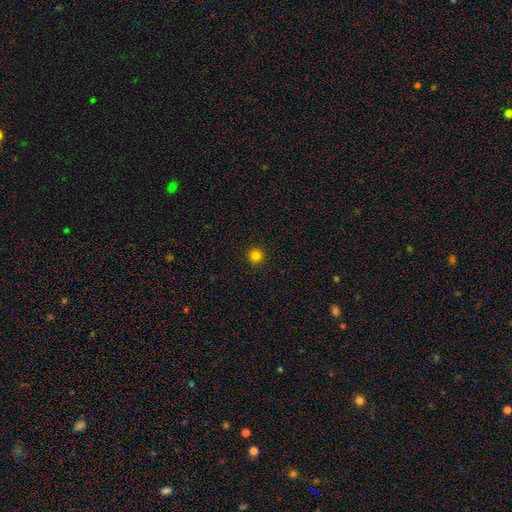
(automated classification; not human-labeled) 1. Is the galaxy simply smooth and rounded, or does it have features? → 82% smooth, 14% star or artifact, 4% featured or disk.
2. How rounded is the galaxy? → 96% round, 3% in between, 1% cigar-shaped.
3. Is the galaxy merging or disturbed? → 93% none, 4% minor disturbance, 2% major disturbance, 1% merger.